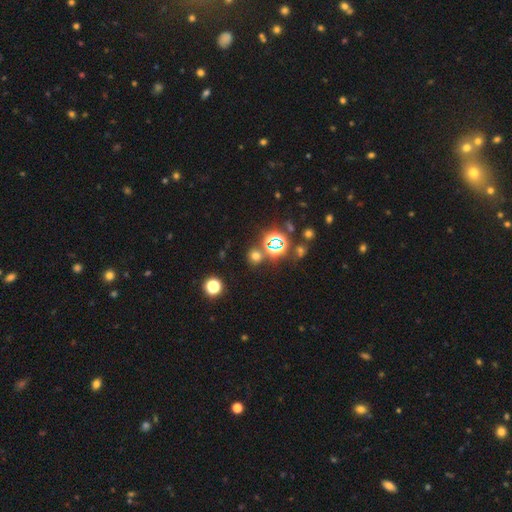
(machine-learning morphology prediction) Smooth or featured: smooth — 58% (star or artifact — 35%)
How rounded: round — 87% (in between — 12%)
Merging: none — 80% (merger — 9%)